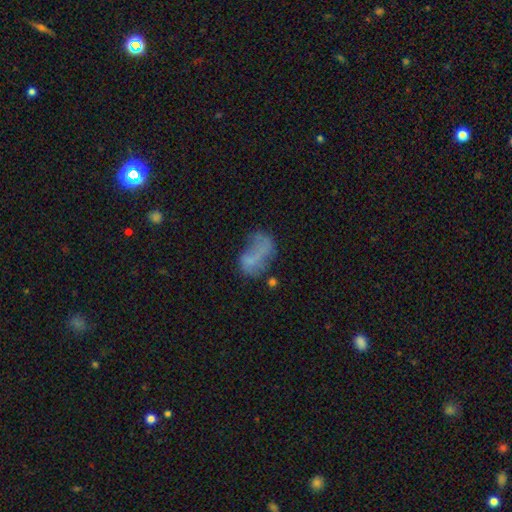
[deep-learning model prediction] Smooth or featured?
  - smooth: 46% *
  - featured or disk: 40%
  - star or artifact: 15%
Merging?
  - major disturbance: 32% * (tied)
  - none: 32% * (tied)
  - minor disturbance: 24%
  - merger: 11%